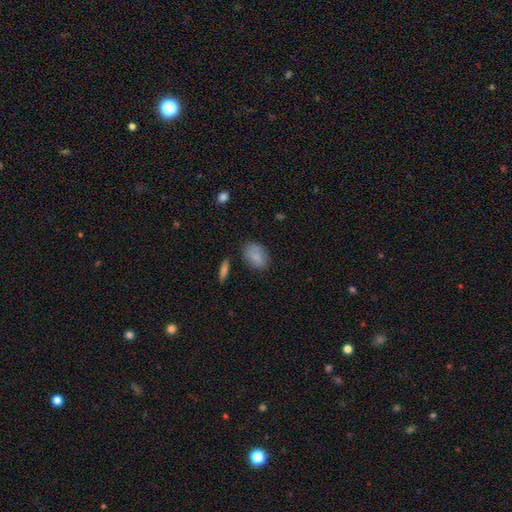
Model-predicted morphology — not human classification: The model was most divided on "merging": none: 75%, minor disturbance: 18%, major disturbance: 4%, merger: 3%. More confident: smooth or featured — smooth (84%); how rounded — in between (80%).